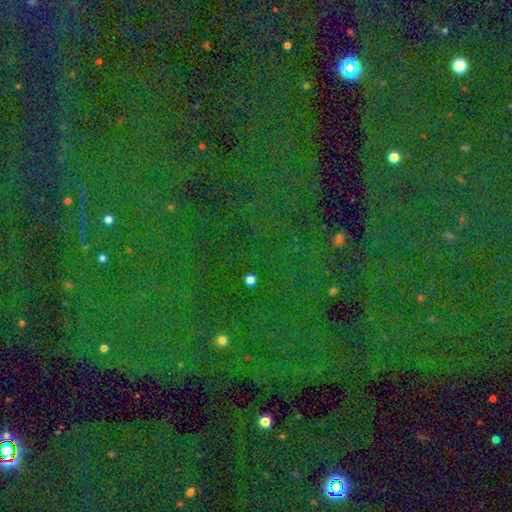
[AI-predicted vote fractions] Smooth or featured? Predicted: star or artifact (p=0.84).